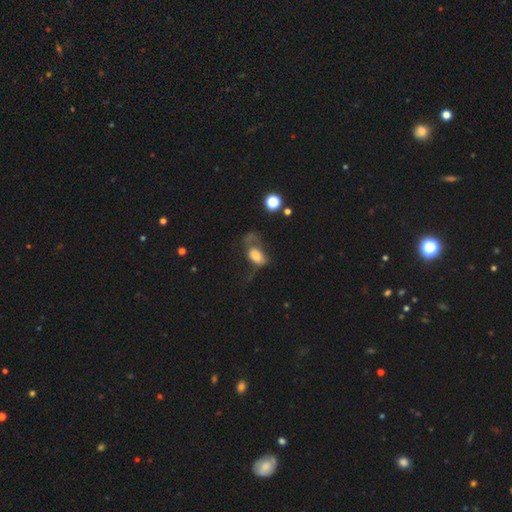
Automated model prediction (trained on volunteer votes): The model was most divided on "merging": major disturbance: 52%, none: 22%, minor disturbance: 19%, merger: 7%. More confident: how rounded — in between (85%); smooth or featured — smooth (67%).